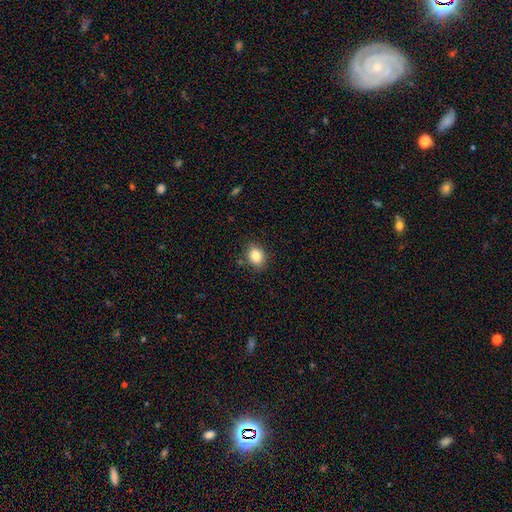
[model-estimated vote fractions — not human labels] This appears to be a smooth galaxy with no disk features (84%) that is in between round and cigar-shaped (66%). Merging: none (84%).